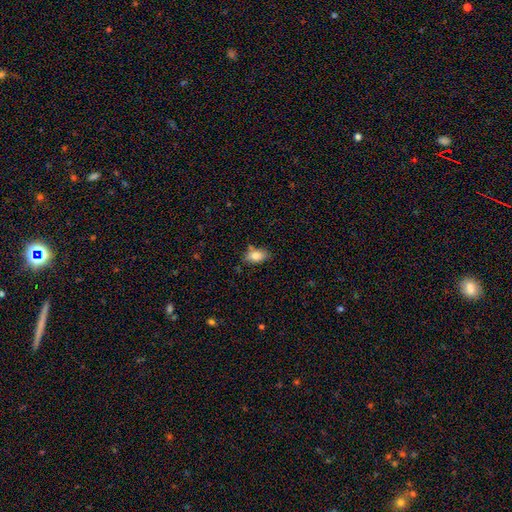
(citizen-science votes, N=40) Morphology: type=smooth (80%); roundness=in between (84%); merging=none (77%).